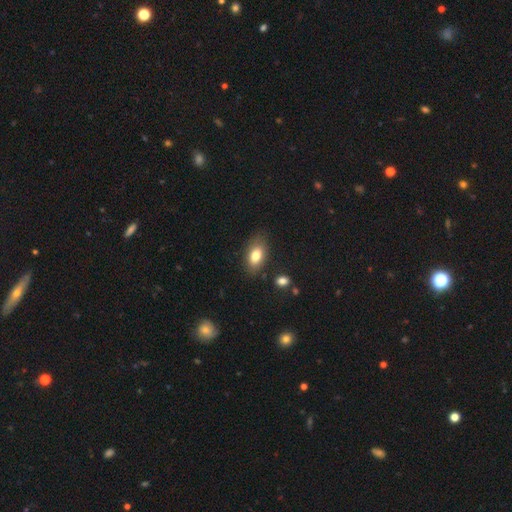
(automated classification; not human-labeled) This appears to be a smooth galaxy with no disk features (79%) that is in between round and cigar-shaped (90%). Merging: none (80%).